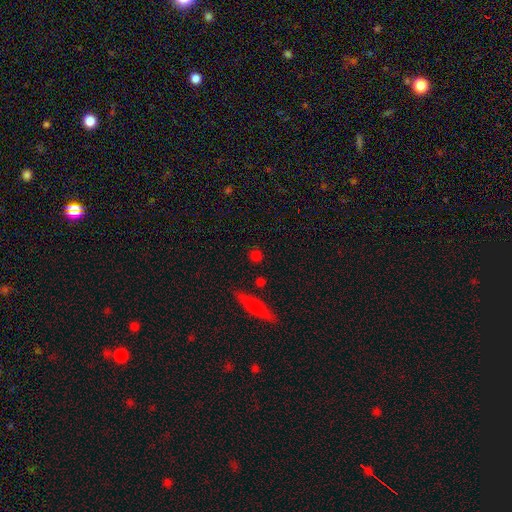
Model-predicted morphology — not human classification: Smooth or featured? smooth (72%)
How rounded? round (79%)
Merging? none (86%)